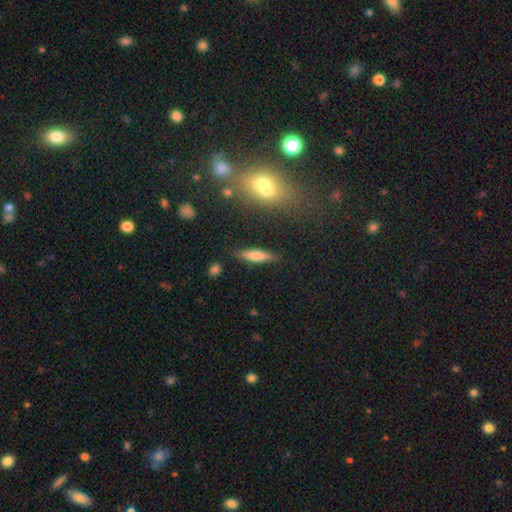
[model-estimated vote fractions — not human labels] Smooth or featured? Predicted: smooth (p=0.67). How rounded? Predicted: cigar-shaped (p=0.78). Merging? Predicted: none (p=0.85).